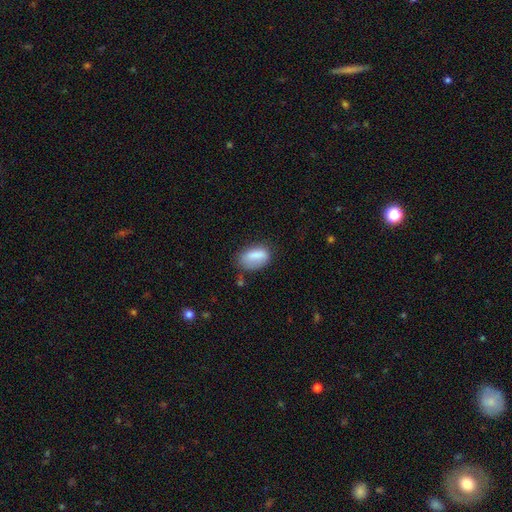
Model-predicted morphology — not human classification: Q: Smooth or featured?
A: smooth (79%); runner-up: featured or disk (13%)
Q: How rounded?
A: in between (87%); runner-up: round (7%)
Q: Merging?
A: none (55%); runner-up: minor disturbance (29%)